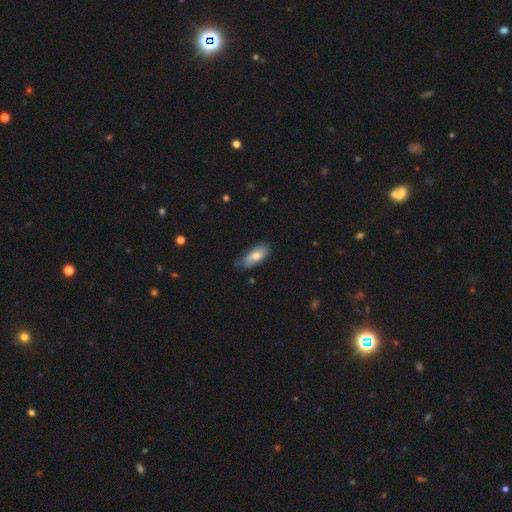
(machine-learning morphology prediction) Smooth or featured?
  - smooth: 73% *
  - featured or disk: 21%
  - star or artifact: 6%
How rounded?
  - in between: 83% *
  - cigar-shaped: 14%
  - round: 3%
Merging?
  - none: 61% *
  - minor disturbance: 32%
  - major disturbance: 6%
  - merger: 2%